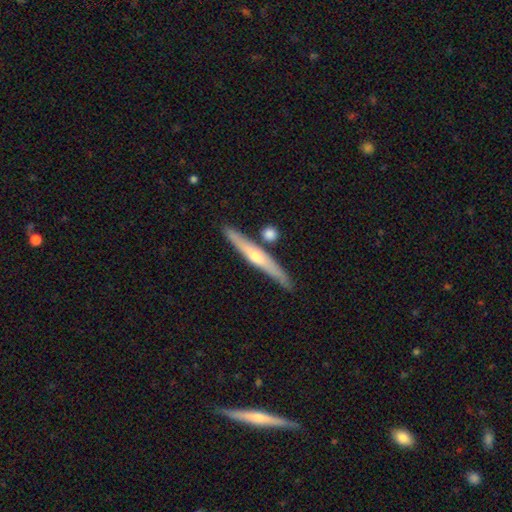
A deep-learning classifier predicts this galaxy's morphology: smooth-or-featured: featured or disk: 62% | smooth: 32% | star or artifact: 6%
  disk-edge-on: yes: 94% | no: 6%
    edge-on-bulge: rounded: 79% | none: 17% | boxy: 4%
  merging: none: 81% | minor disturbance: 9% | merger: 8% | major disturbance: 2%